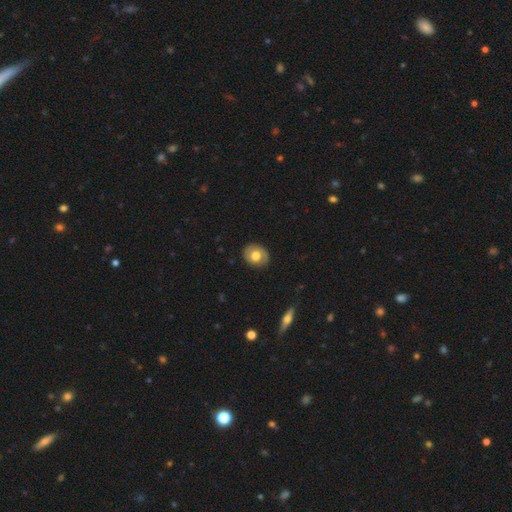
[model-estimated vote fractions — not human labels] smooth-or-featured: smooth: 65% | featured or disk: 28% | star or artifact: 7%
  how-rounded: round: 65% | in between: 34% | cigar-shaped: 1%
  merging: none: 83% | minor disturbance: 13% | major disturbance: 3% | merger: 1%